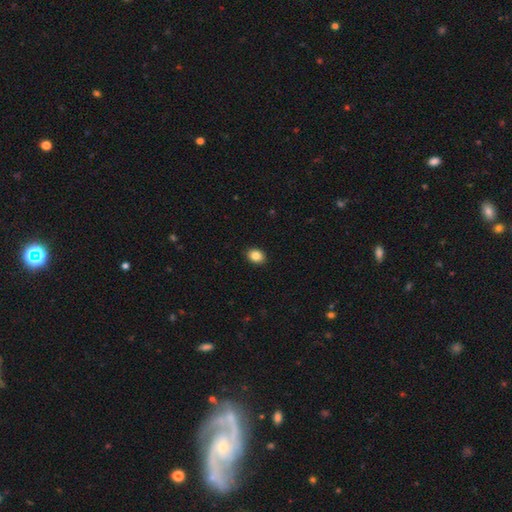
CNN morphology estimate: A smooth galaxy with no disk features (86%) that is in between round and cigar-shaped (60%).

Vote fractions:
- Smooth or featured? smooth: 86% / star or artifact: 9% / featured or disk: 5%
- How rounded? in between: 60% / round: 39% / cigar-shaped: 1%
- Merging? none: 91% / minor disturbance: 6% / major disturbance: 2% / merger: 1%